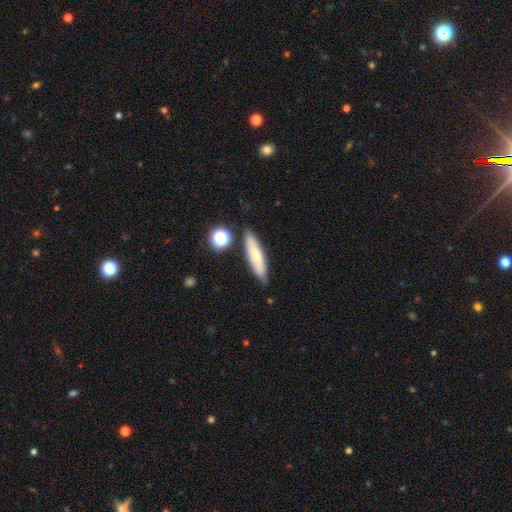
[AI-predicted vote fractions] Smooth or featured?
  - smooth: 61% *
  - featured or disk: 31%
  - star or artifact: 8%
How rounded?
  - cigar-shaped: 69% *
  - in between: 28%
  - round: 2%
Merging?
  - none: 76% *
  - minor disturbance: 15%
  - merger: 5%
  - major disturbance: 3%